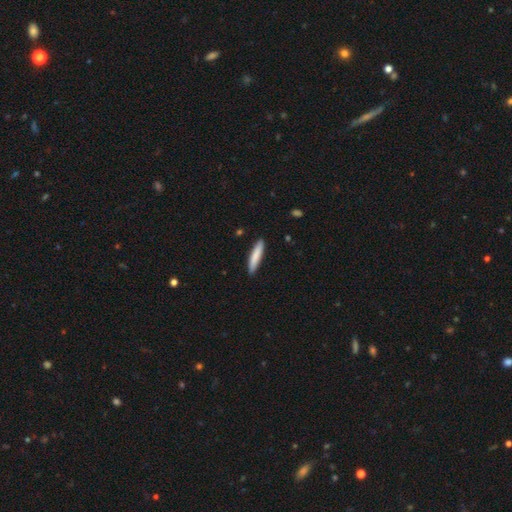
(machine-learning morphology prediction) The model was most divided on "smooth or featured": smooth: 83%, featured or disk: 12%, star or artifact: 5%. More confident: merging — none (89%); how rounded — cigar-shaped (89%).